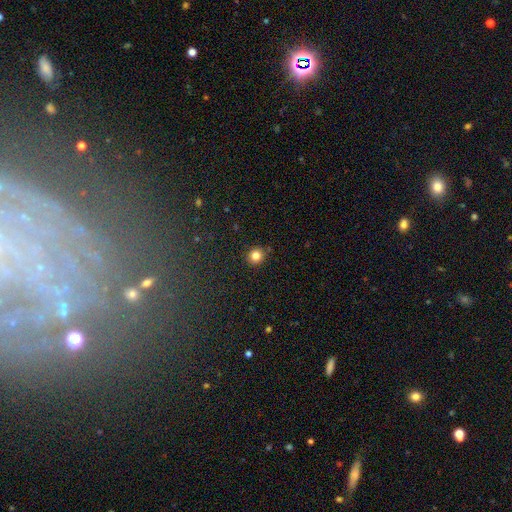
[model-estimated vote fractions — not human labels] This is clearly a smooth galaxy (82%). How rounded: clearly round (91%). Merging: clearly none (90%).